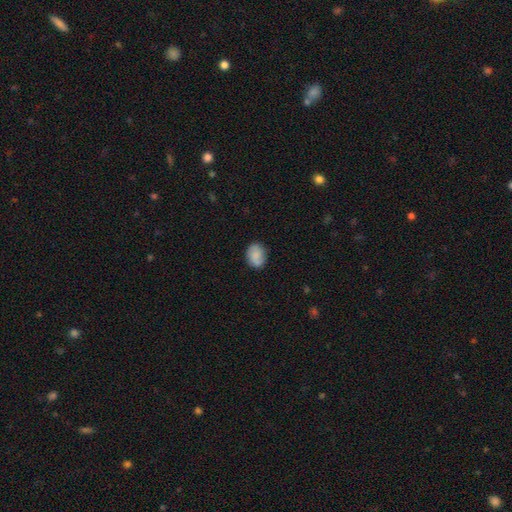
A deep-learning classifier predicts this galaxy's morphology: smooth 77%, featured or disk 16%, star or artifact 8%. Down the decision tree: how rounded — in between (60%); merging — none (78%).